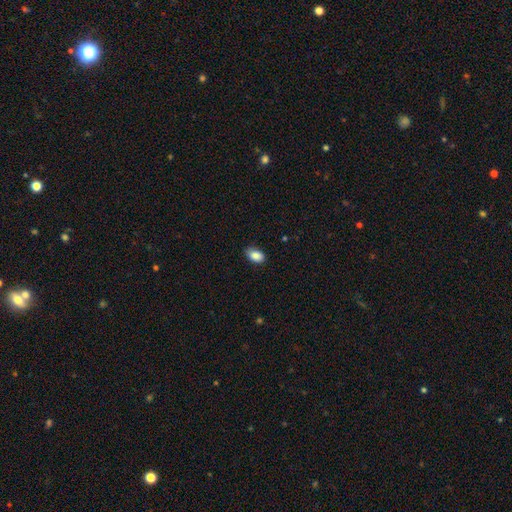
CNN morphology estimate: smooth 88%, star or artifact 8%, featured or disk 5%. Down the decision tree: how rounded — in between (89%); merging — none (80%).